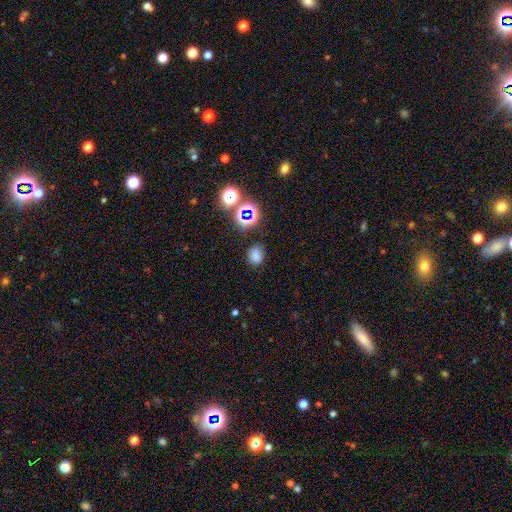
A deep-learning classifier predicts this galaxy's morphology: Smooth or featured? smooth (71%)
How rounded? round (52%)
Merging? none (78%)